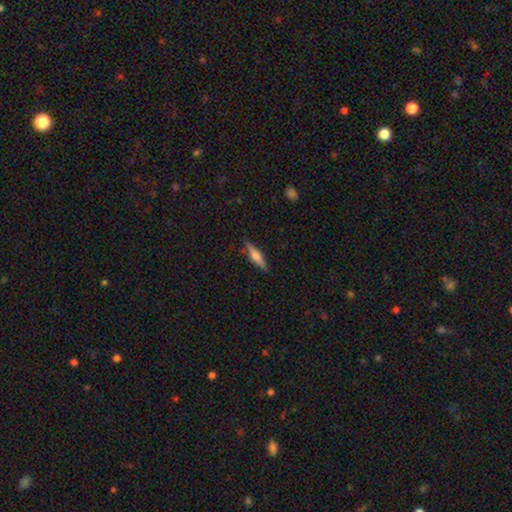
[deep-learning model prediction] This is possibly a featured or disk galaxy (50%). Merging: clearly none (86%).